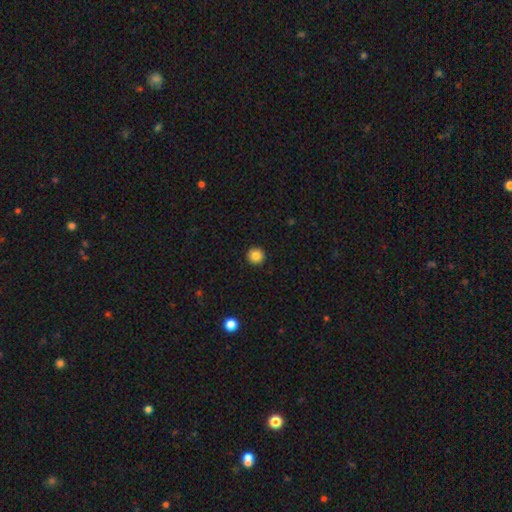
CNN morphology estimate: A smooth galaxy with no disk features (85%) that is round (95%).

Vote fractions:
- Smooth or featured? smooth: 85% / star or artifact: 10% / featured or disk: 5%
- How rounded? round: 95% / in between: 4% / cigar-shaped: 1%
- Merging? none: 93% / minor disturbance: 5% / major disturbance: 1% / merger: 1%